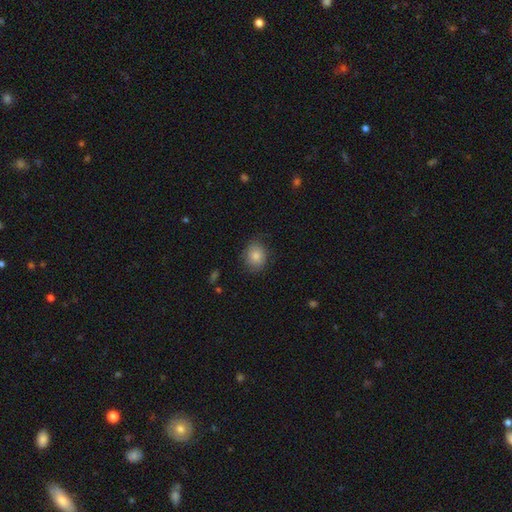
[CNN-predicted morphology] Smooth or featured? smooth (81%)
How rounded? round (62%)
Merging? none (81%)